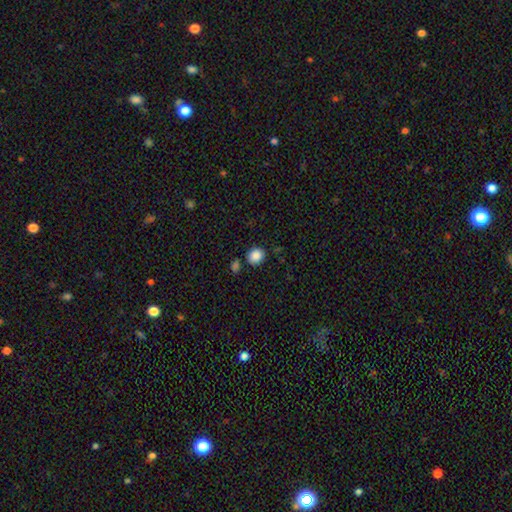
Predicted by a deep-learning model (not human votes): Morphology: type=smooth (87%); roundness=round (70%); merging=none (80%).